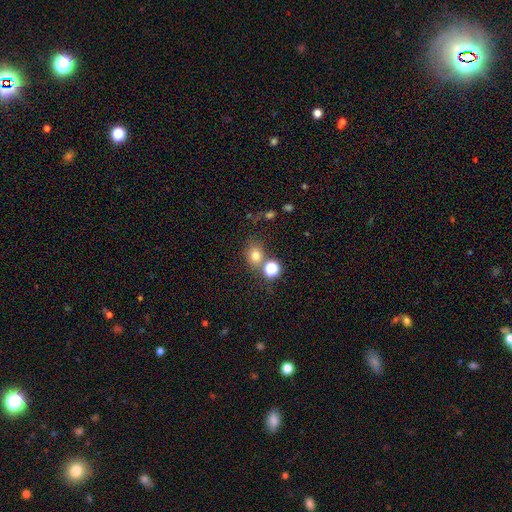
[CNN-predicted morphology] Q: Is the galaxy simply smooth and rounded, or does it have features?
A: smooth — 72%.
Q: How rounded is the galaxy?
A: round — 70%.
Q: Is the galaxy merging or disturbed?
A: none — 67%.